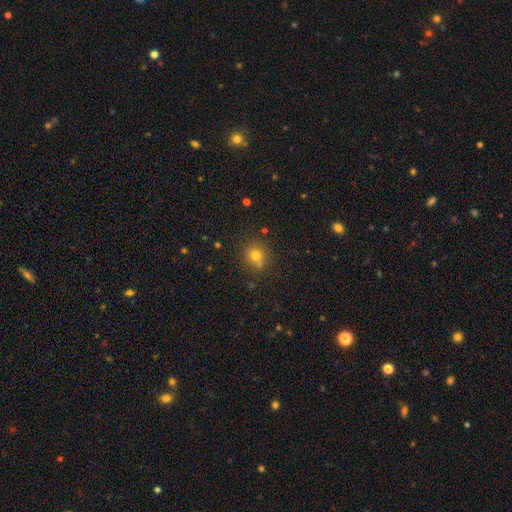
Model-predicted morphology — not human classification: smooth 74%, star or artifact 17%, featured or disk 9%. Down the decision tree: how rounded — round (86%); merging — none (72%).